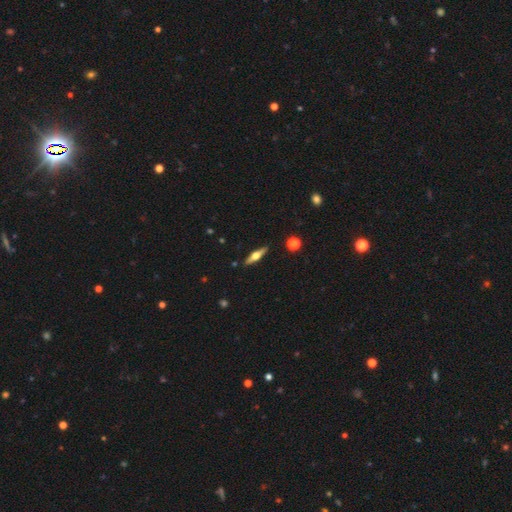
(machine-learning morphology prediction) This is likely a featured or disk galaxy (62%). It is clearly viewed edge-on (95%). Edge-on bulge: clearly rounded (94%). Merging: clearly none (89%).